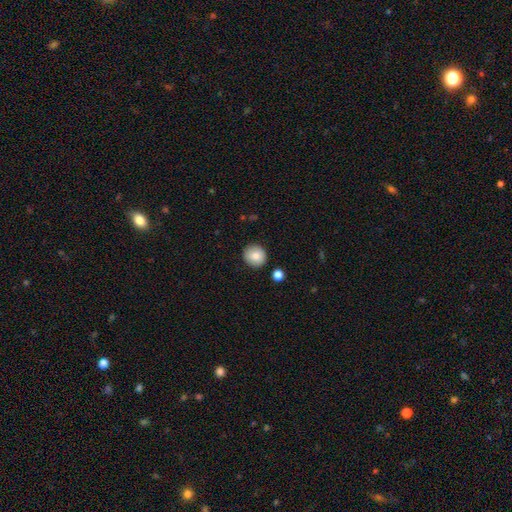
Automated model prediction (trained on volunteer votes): Morphology: type=smooth (84%); roundness=round (88%); merging=none (88%).